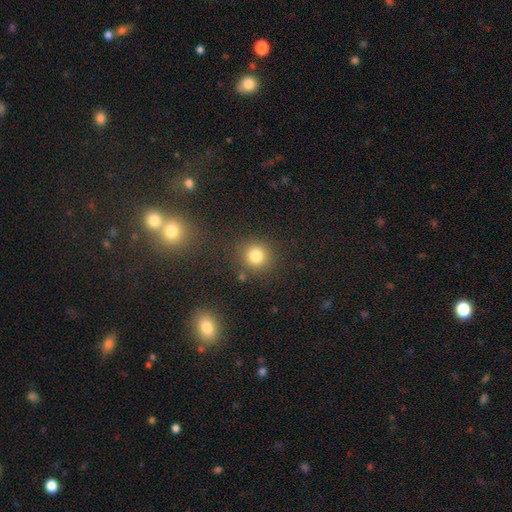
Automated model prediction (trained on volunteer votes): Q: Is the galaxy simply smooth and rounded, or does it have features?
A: smooth — 80%.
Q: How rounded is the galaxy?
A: round — 89%.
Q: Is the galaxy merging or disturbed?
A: none — 83%.